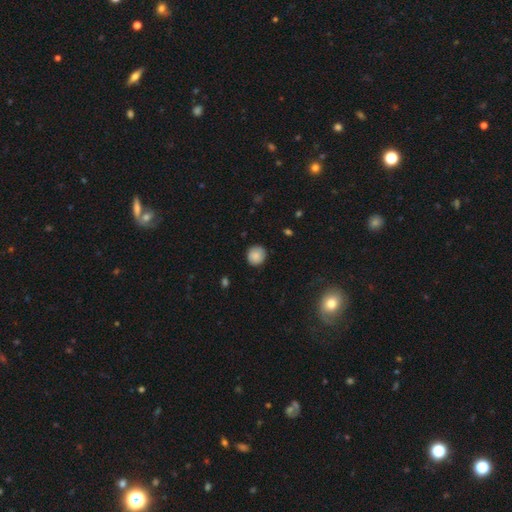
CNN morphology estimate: The model was most divided on "merging": none: 88%, minor disturbance: 9%, major disturbance: 2%, merger: 1%. More confident: how rounded — round (90%); smooth or featured — smooth (86%).